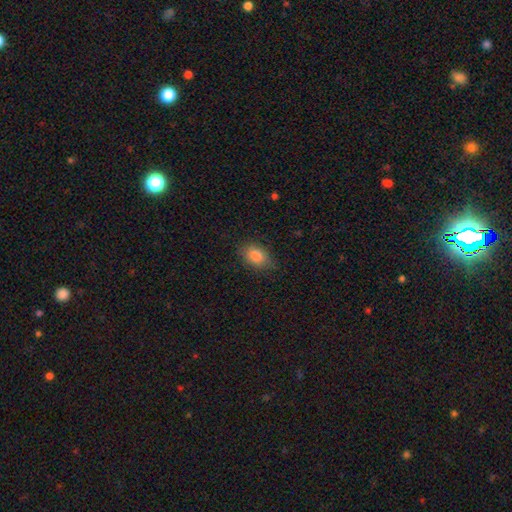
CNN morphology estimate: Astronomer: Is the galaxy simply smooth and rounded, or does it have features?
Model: smooth — 84%.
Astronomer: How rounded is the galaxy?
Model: in between — 81%.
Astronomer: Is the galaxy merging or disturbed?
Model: none — 80%.